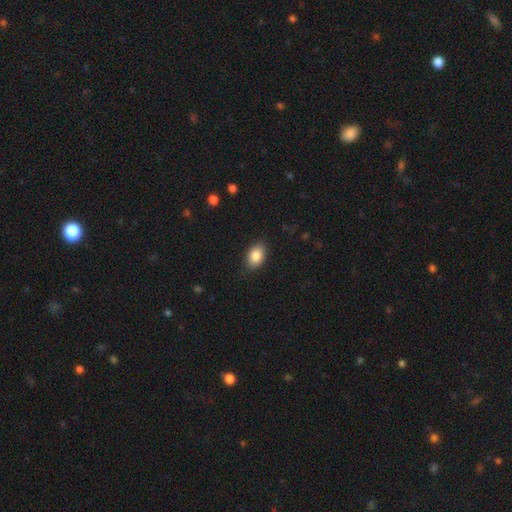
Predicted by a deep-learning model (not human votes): Q: Smooth or featured?
A: smooth (86%); runner-up: star or artifact (7%)
Q: How rounded?
A: in between (88%); runner-up: round (10%)
Q: Merging?
A: none (85%); runner-up: minor disturbance (12%)